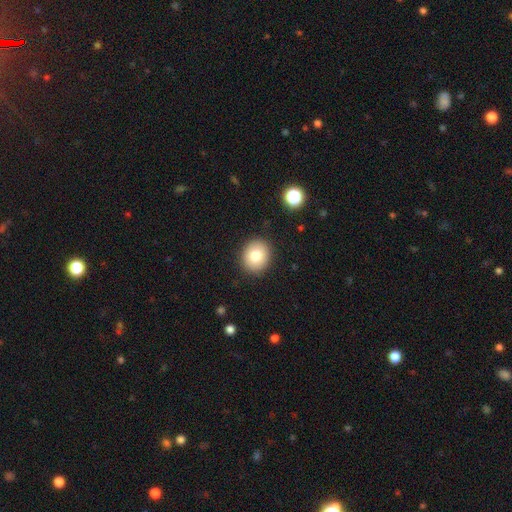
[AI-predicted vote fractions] smooth_or_featured: smooth (p=0.79) [alt: featured or disk p=0.11]
how_rounded: round (p=0.73) [alt: in between p=0.26]
merging: none (p=0.90) [alt: minor disturbance p=0.07]